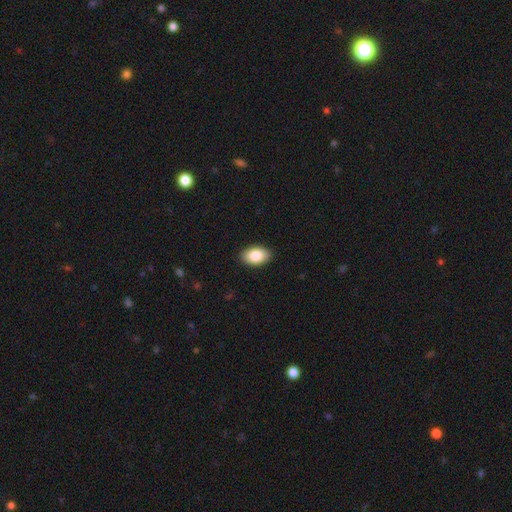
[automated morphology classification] Smooth or featured?
  - smooth: 86% *
  - featured or disk: 7%
  - star or artifact: 7%
How rounded?
  - in between: 93% *
  - round: 6%
  - cigar-shaped: 1%
Merging?
  - none: 89% *
  - minor disturbance: 8%
  - major disturbance: 2%
  - merger: 1%